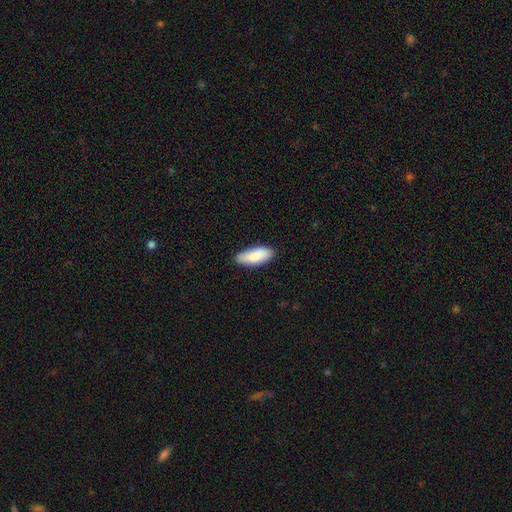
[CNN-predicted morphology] A smooth galaxy with no disk features (88%) that is in between round and cigar-shaped (76%).

Vote fractions:
- Smooth or featured? smooth: 88% / featured or disk: 7% / star or artifact: 5%
- How rounded? in between: 76% / cigar-shaped: 23% / round: 2%
- Merging? none: 86% / minor disturbance: 12% / major disturbance: 2% / merger: 1%